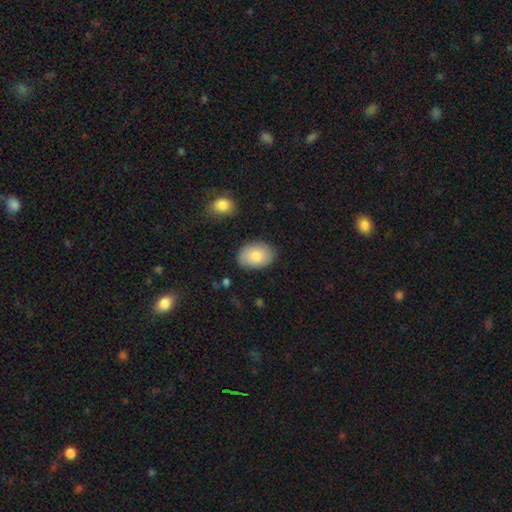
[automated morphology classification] Q: Smooth or featured?
A: smooth (81%); runner-up: featured or disk (13%)
Q: How rounded?
A: in between (81%); runner-up: round (18%)
Q: Merging?
A: none (81%); runner-up: minor disturbance (14%)